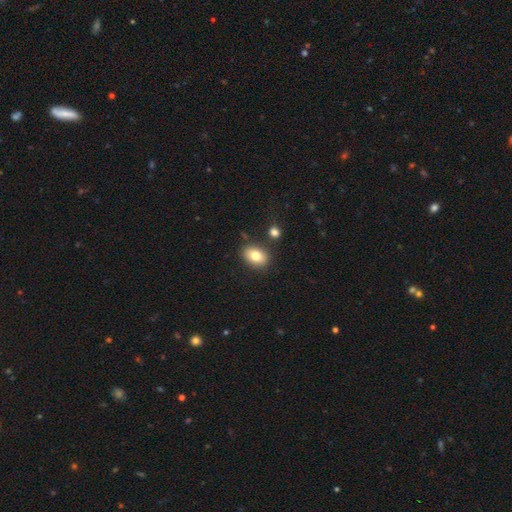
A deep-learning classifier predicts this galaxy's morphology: This appears to be a smooth galaxy with no disk features (80%) that is in between round and cigar-shaped (78%). Merging: none (80%).